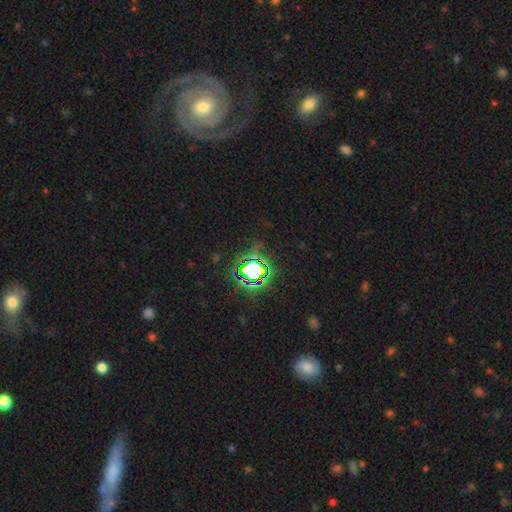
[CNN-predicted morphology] Overall: featured or disk (56%; star or artifact 30%). Edge-on disk: no (90%). Bar: no (58%; weak 24%). Spiral arms: yes (88%). Bulge size: moderate (49%; small 37%). Merging: none (81%).